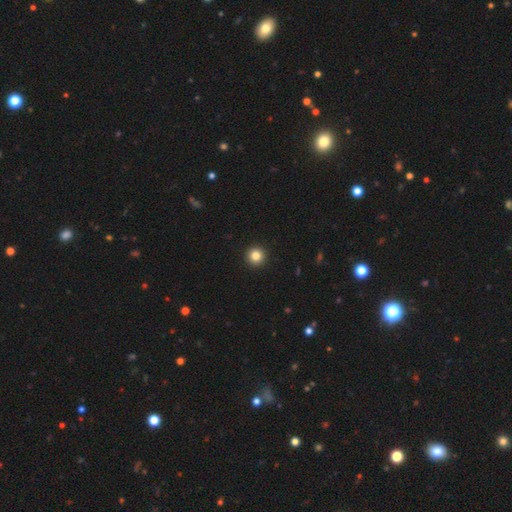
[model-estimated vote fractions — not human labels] smooth-or-featured: smooth: 84% | star or artifact: 11% | featured or disk: 5%
  how-rounded: round: 96% | in between: 3% | cigar-shaped: 1%
  merging: none: 94% | minor disturbance: 3% | major disturbance: 1% | merger: 1%